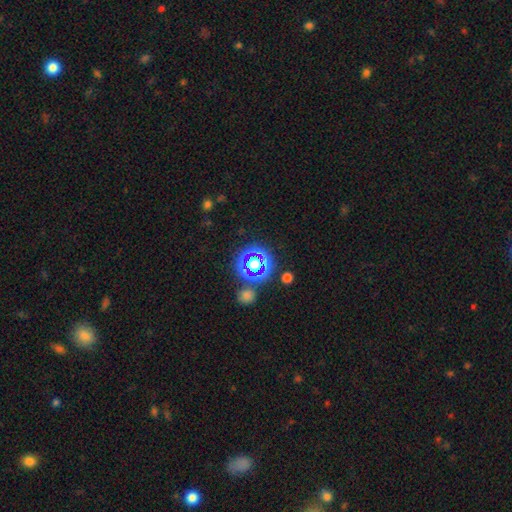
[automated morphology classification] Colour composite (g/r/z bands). It shows a star or artifact, not a galaxy (67%).